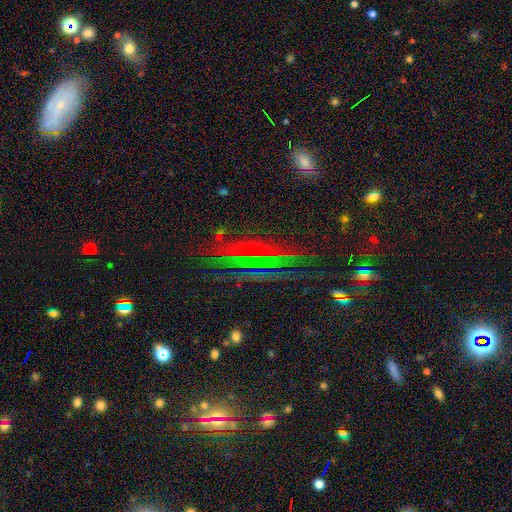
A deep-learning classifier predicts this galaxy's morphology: This appears to be a featured or disk galaxy (42%). Merging: none (63%).